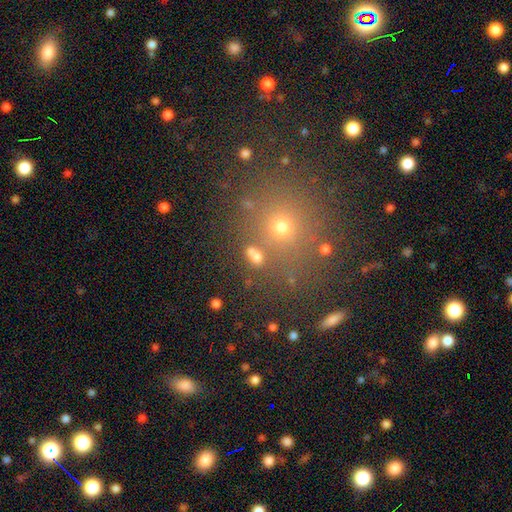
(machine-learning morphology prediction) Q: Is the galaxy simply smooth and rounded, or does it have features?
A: smooth — 69%.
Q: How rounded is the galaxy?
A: in between — 57%.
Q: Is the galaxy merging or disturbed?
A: none — 65%.